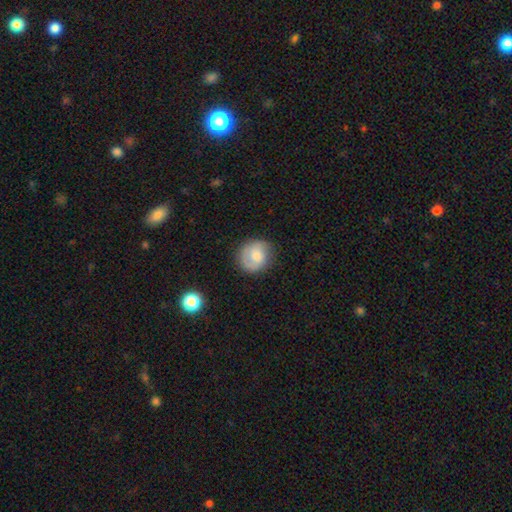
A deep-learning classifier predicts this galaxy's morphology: A smooth galaxy with no disk features (58%) that is round (80%).

Vote fractions:
- Smooth or featured? smooth: 58% / featured or disk: 35% / star or artifact: 8%
- How rounded? round: 80% / in between: 19% / cigar-shaped: 1%
- Merging? none: 77% / minor disturbance: 16% / major disturbance: 6% / merger: 1%